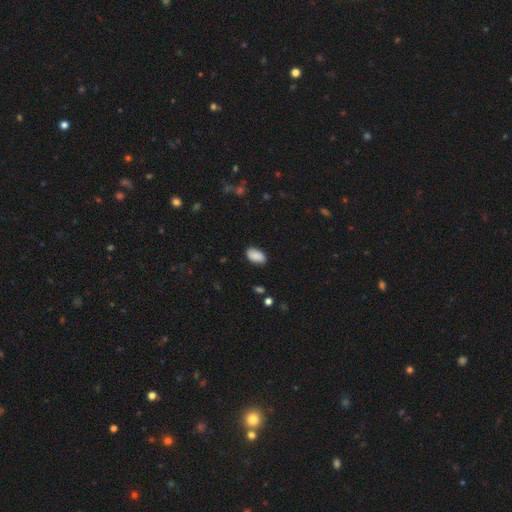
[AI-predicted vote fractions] Smooth or featured: smooth — 89% (star or artifact — 7%)
How rounded: in between — 94% (round — 4%)
Merging: none — 85% (minor disturbance — 11%)